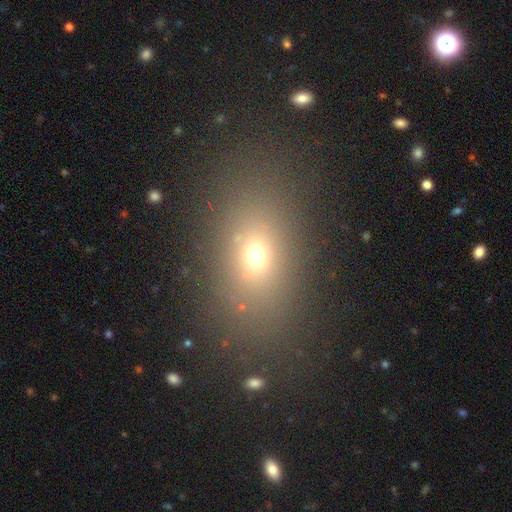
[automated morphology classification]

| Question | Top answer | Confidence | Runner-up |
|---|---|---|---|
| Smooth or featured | smooth | 65% | star or artifact (20%) |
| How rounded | in between | 74% | round (21%) |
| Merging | none | 83% | minor disturbance (9%) |